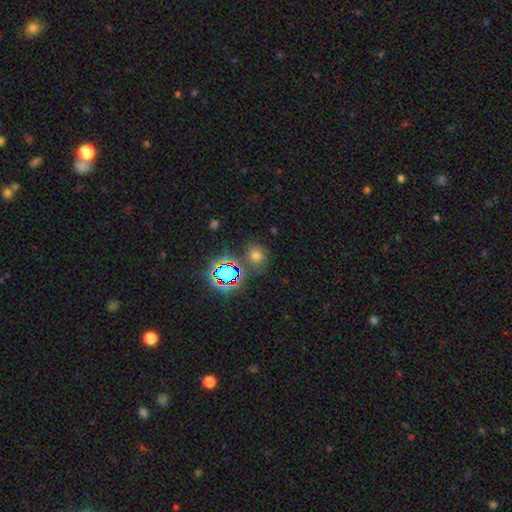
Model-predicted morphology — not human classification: This is possibly a smooth galaxy (57%). How rounded: likely round (76%). Merging: likely none (73%).